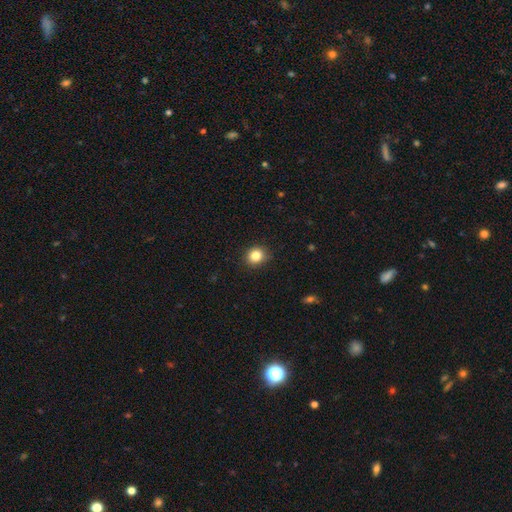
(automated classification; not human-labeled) Smooth or featured: smooth — 84% (star or artifact — 11%)
How rounded: round — 82% (in between — 18%)
Merging: none — 90% (minor disturbance — 7%)